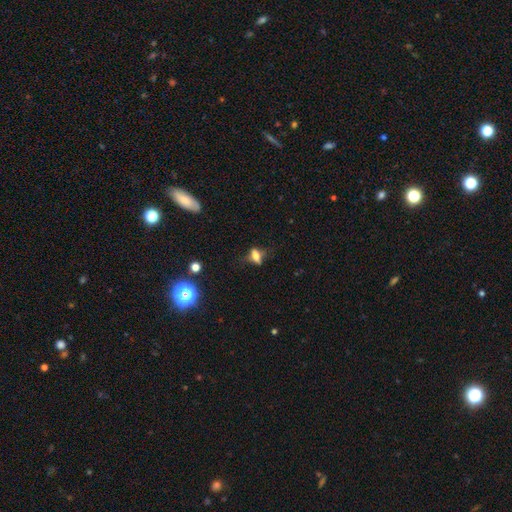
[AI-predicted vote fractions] smooth 48%, featured or disk 35%, star or artifact 17%. Down the decision tree: merging — none (57%).